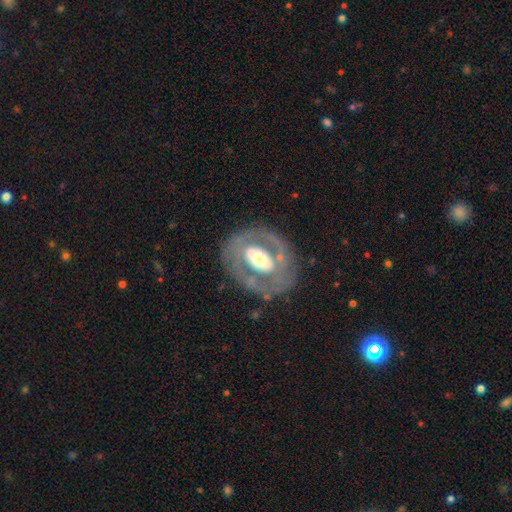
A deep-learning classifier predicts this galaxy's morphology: A featured or disk galaxy (71%) with no bar (54%), no spiral arms (65%) and a moderate central bulge (52%). Merging: none (73%).